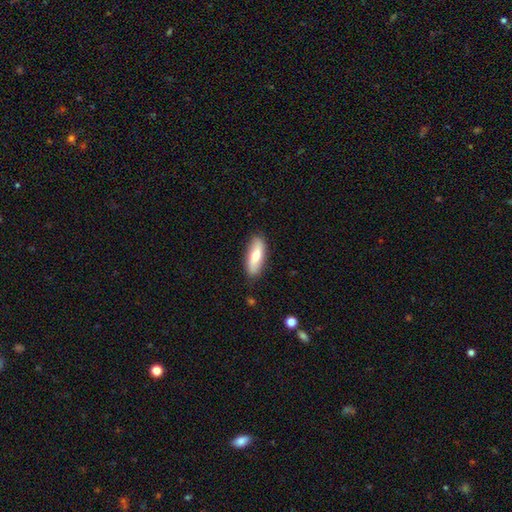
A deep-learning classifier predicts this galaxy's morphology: smooth 60%, featured or disk 35%, star or artifact 5%. Down the decision tree: how rounded — in between (64%); merging — none (85%).